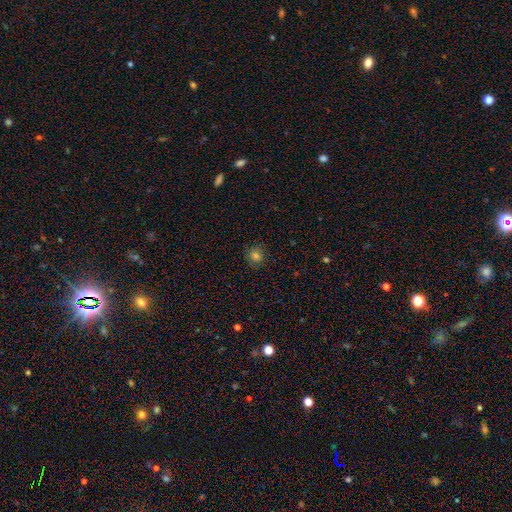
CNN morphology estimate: This is likely a smooth galaxy (78%). How rounded: clearly round (83%). Merging: clearly none (87%).